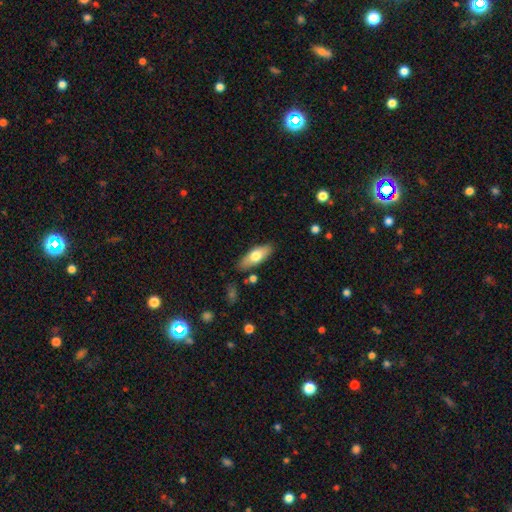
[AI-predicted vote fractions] The model was most divided on "smooth or featured": smooth: 67%, featured or disk: 28%, star or artifact: 6%. More confident: merging — none (84%); how rounded — in between (73%).